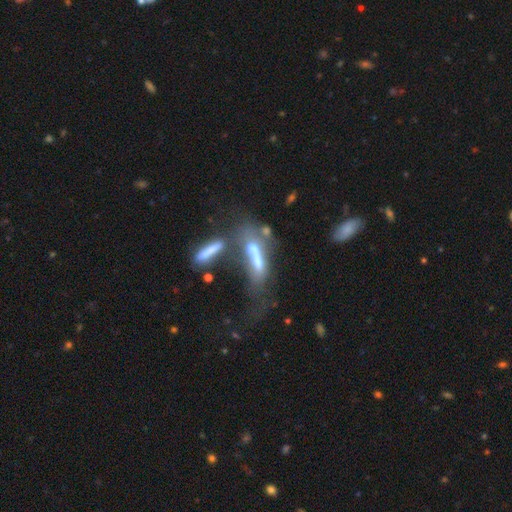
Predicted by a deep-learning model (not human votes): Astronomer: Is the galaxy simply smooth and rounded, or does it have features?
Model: featured or disk — 46% (runner-up: smooth, 42%).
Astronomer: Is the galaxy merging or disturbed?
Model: merger — 45% (runner-up: major disturbance, 26%).